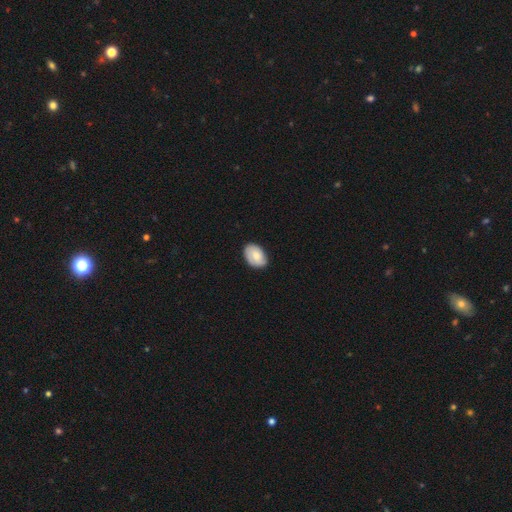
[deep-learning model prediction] Smooth or featured? smooth (69%)
How rounded? in between (86%)
Merging? none (80%)